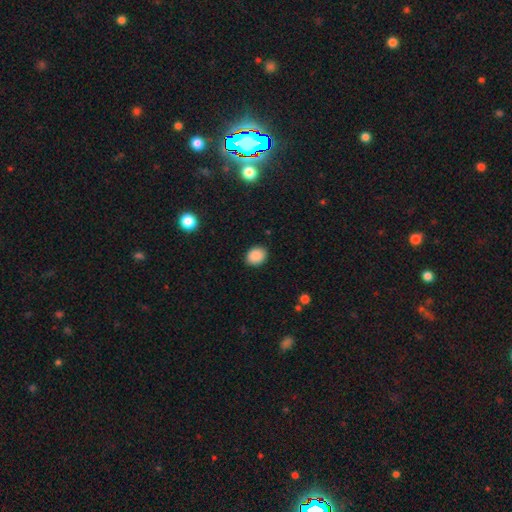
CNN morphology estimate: Q: Smooth or featured?
A: smooth (88%); runner-up: star or artifact (9%)
Q: How rounded?
A: round (51%); runner-up: in between (48%)
Q: Merging?
A: none (89%); runner-up: minor disturbance (8%)